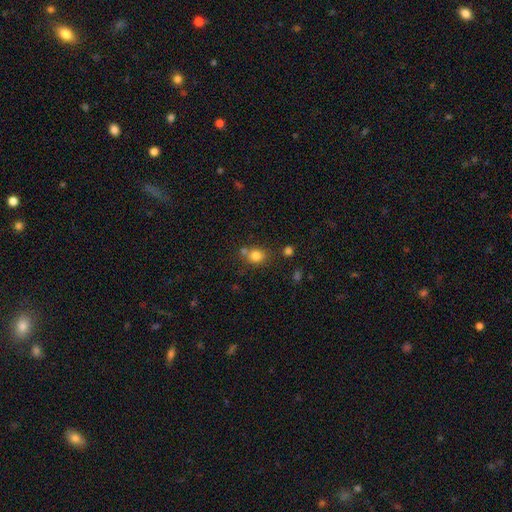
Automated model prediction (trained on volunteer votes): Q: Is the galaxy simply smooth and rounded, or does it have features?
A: smooth — 80%.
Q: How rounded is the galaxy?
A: round — 62%.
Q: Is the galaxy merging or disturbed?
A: none — 61%.